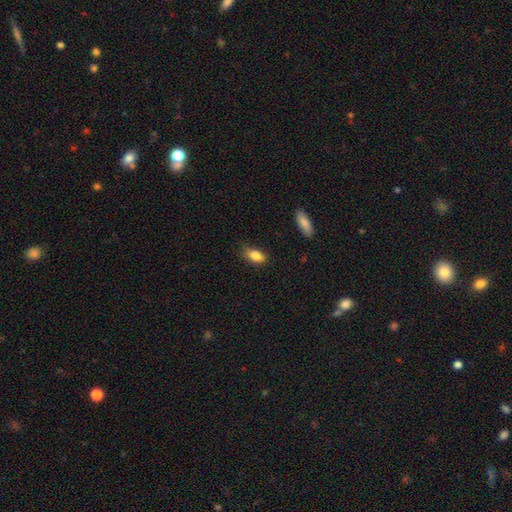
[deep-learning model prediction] smooth-or-featured: smooth: 85% | star or artifact: 8% | featured or disk: 7%
  how-rounded: in between: 87% | cigar-shaped: 7% | round: 6%
  merging: none: 73% | minor disturbance: 21% | major disturbance: 4% | merger: 2%